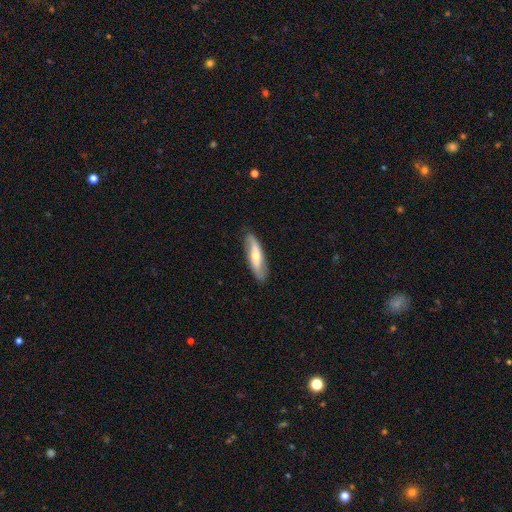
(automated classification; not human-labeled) Overall: featured or disk (55%; smooth 40%). Edge-on disk: no (69%; yes 31%). Merging: none (82%).